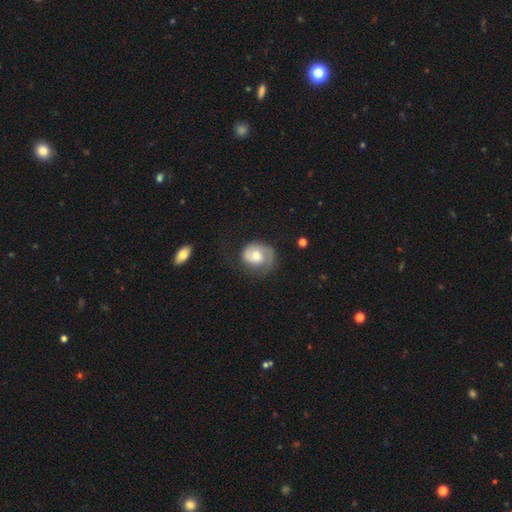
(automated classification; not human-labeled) Smooth or featured? Predicted: featured or disk (p=0.62). Edge-on disk? Predicted: no (p=0.97). Bar? Predicted: no (p=0.71). Spiral arms? Predicted: yes (p=0.88). Spiral winding? Predicted: tight (p=0.46). Spiral arm count? Predicted: 1 (p=0.64). Bulge size? Predicted: moderate (p=0.65). Merging? Predicted: none (p=0.51).